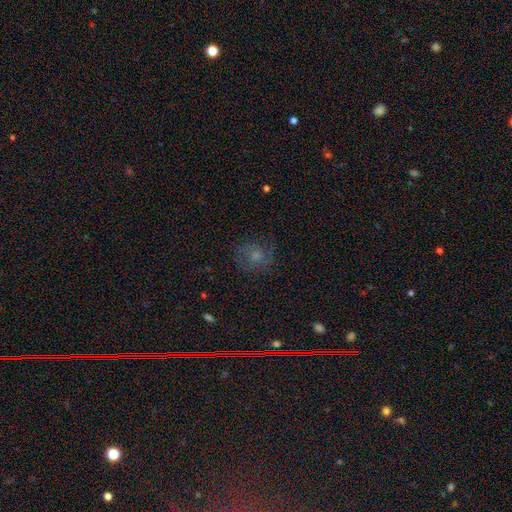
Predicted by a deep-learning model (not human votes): This is possibly a smooth galaxy (50%). How rounded: likely round (78%). Merging: likely none (71%).